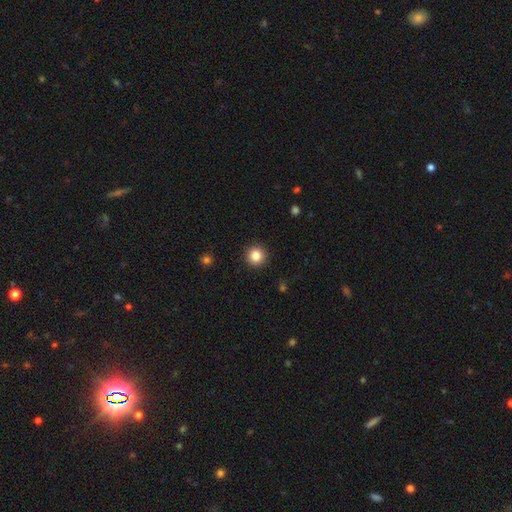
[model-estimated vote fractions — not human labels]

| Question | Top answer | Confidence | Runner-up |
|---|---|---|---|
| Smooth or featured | smooth | 84% | star or artifact (11%) |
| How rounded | round | 95% | in between (4%) |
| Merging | none | 93% | minor disturbance (5%) |